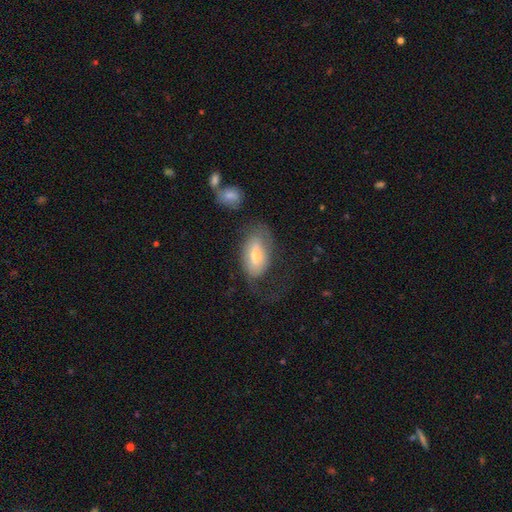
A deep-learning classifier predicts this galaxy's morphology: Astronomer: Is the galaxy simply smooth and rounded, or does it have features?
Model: smooth — 55% (runner-up: featured or disk, 38%).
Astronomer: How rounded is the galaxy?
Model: in between — 91%.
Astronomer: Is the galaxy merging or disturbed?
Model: none — 40% (runner-up: major disturbance, 31%).